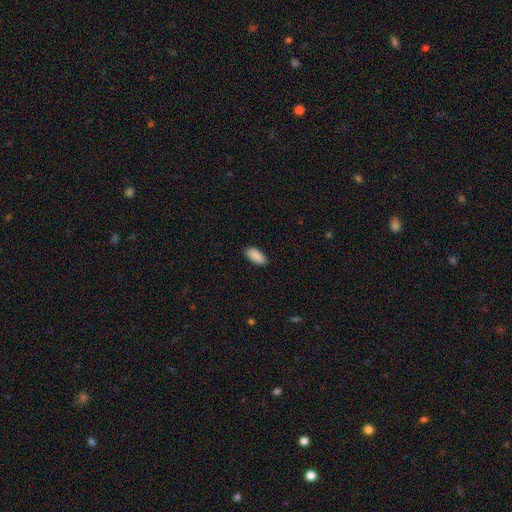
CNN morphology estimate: This appears to be a smooth galaxy with no disk features (90%) that is in between round and cigar-shaped (91%). Merging: none (85%).